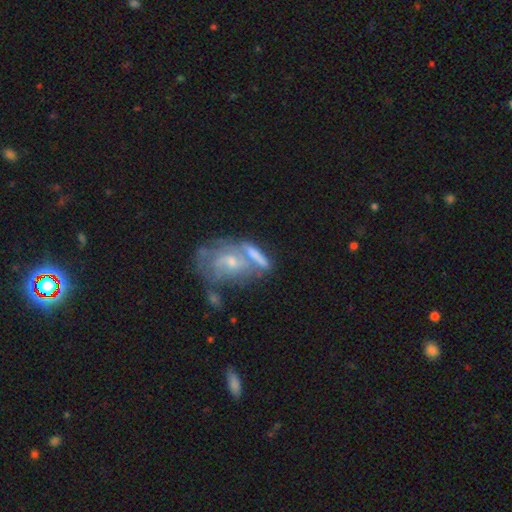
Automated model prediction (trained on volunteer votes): The model was most divided on "smooth or featured": featured or disk: 51%, smooth: 40%, star or artifact: 9%. Remaining: edge-on disk — no (81%); merging — merger (43%).